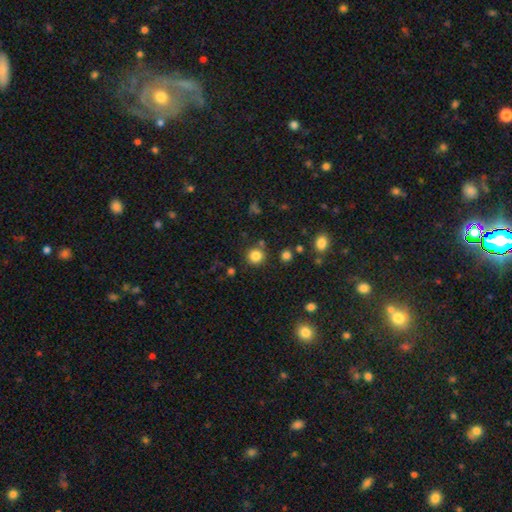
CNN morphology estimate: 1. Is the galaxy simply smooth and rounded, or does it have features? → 83% smooth, 12% star or artifact, 5% featured or disk.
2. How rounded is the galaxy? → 92% round, 7% in between, 1% cigar-shaped.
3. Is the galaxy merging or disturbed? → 83% none, 8% minor disturbance, 6% merger, 3% major disturbance.